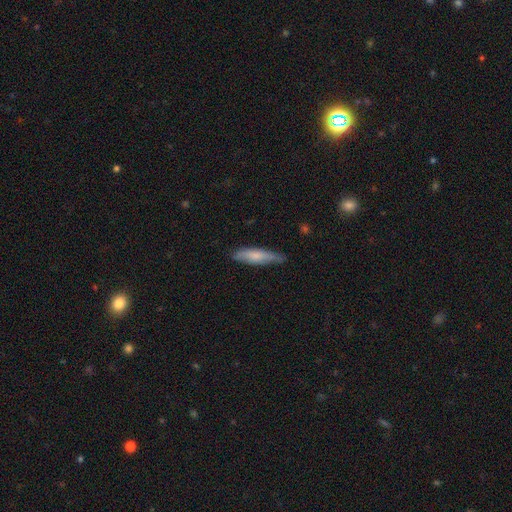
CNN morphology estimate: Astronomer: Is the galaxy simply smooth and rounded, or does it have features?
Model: smooth — 68%.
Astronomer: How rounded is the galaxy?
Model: cigar-shaped — 78%.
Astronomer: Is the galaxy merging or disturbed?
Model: none — 75%.